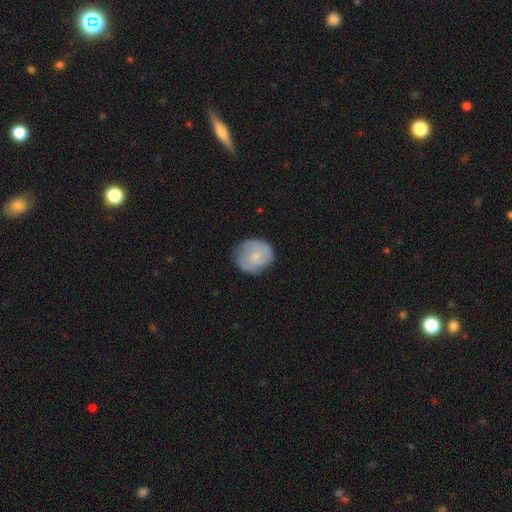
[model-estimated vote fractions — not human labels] A smooth galaxy with no disk features (64%) that is round (83%). Merging: none (74%).